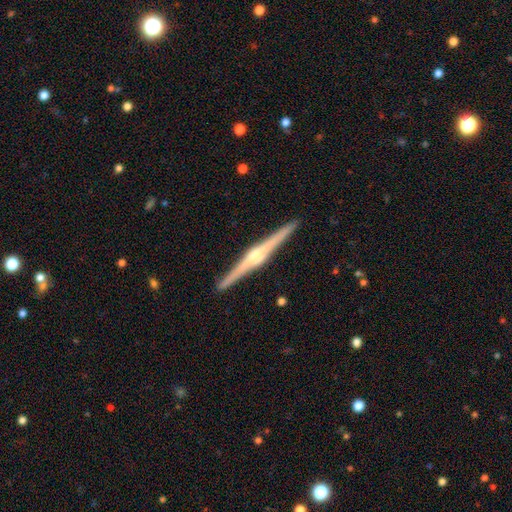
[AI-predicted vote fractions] Overall: featured or disk (86%). Edge-on disk: yes (99%). Edge-on bulge: rounded (76%). Merging: none (93%).